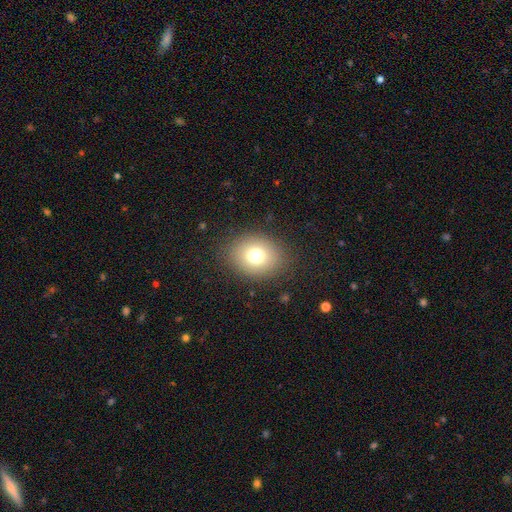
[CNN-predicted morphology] The model was most divided on "how rounded": round: 51%, in between: 49%, cigar-shaped: 1%. More confident: merging — none (86%); smooth or featured — smooth (75%).